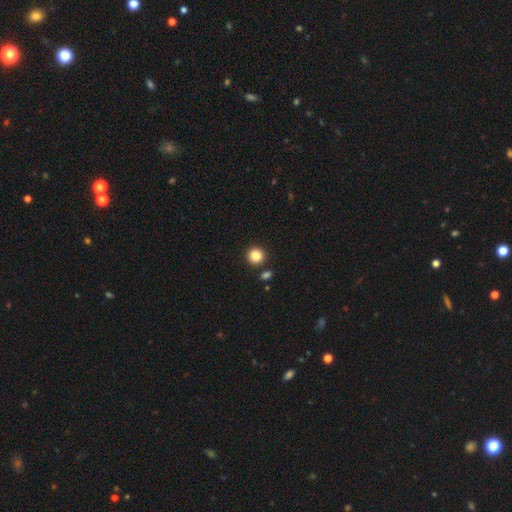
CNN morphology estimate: A smooth galaxy with no disk features (87%) that is round (92%).

Vote fractions:
- Smooth or featured? smooth: 87% / star or artifact: 10% / featured or disk: 4%
- How rounded? round: 92% / in between: 7% / cigar-shaped: 1%
- Merging? none: 86% / minor disturbance: 6% / merger: 5% / major disturbance: 2%